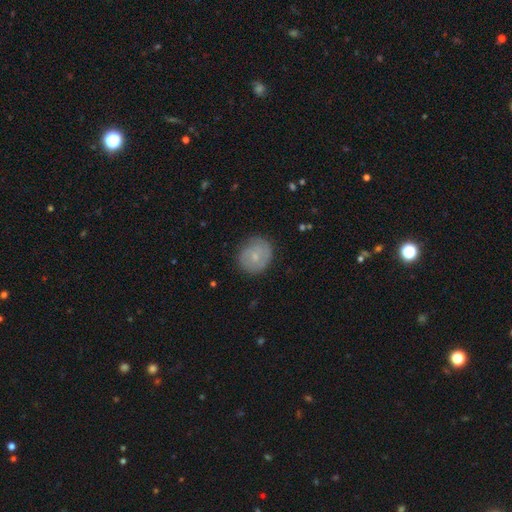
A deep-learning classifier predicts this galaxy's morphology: type=smooth (58%); roundness=round (77%); merging=none (78%).